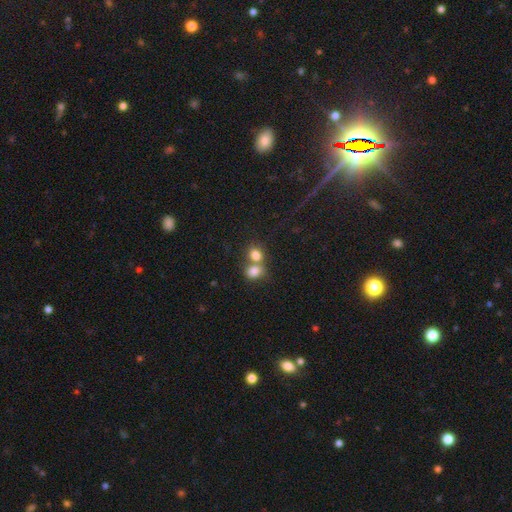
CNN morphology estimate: type=smooth (80%); roundness=round (57%); merging=merger (58%).